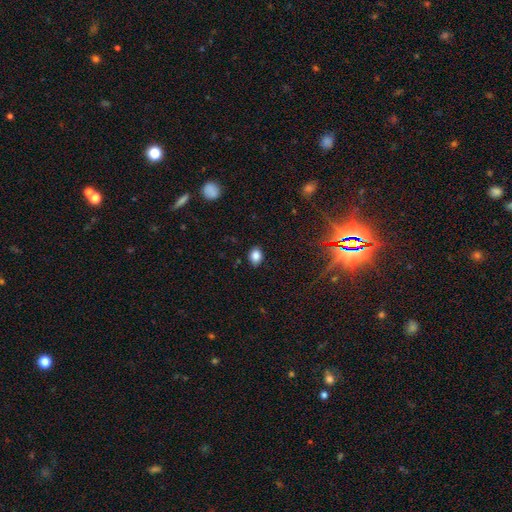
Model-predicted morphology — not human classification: A smooth galaxy with no disk features (83%) that is in between round and cigar-shaped (64%). Merging: none (84%).